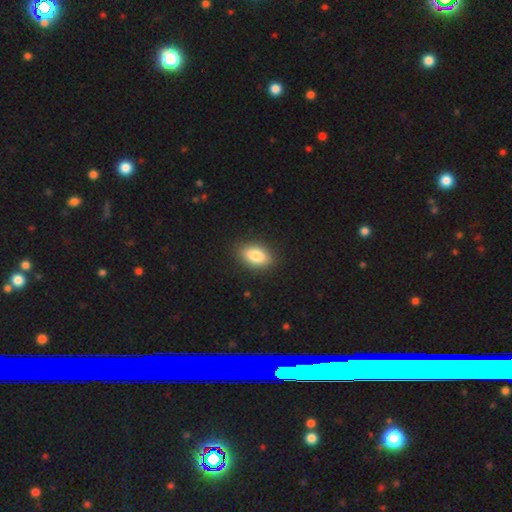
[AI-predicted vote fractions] Morphology: type=smooth (83%); roundness=in between (89%); merging=none (88%).